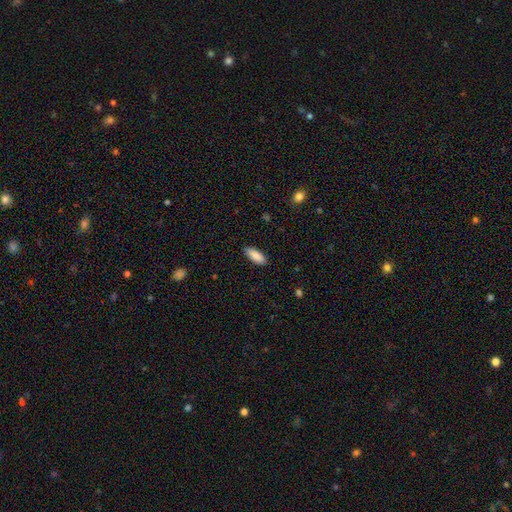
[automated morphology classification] Smooth or featured? Predicted: smooth (p=0.88). How rounded? Predicted: in between (p=0.80). Merging? Predicted: none (p=0.88).